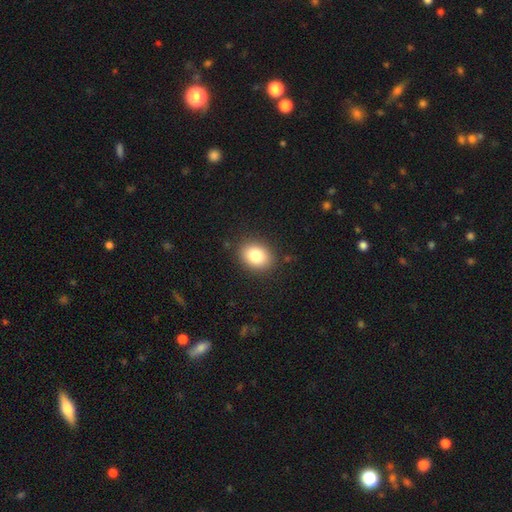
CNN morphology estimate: A smooth galaxy with no disk features (84%) that is in between round and cigar-shaped (62%). Merging: none (87%).